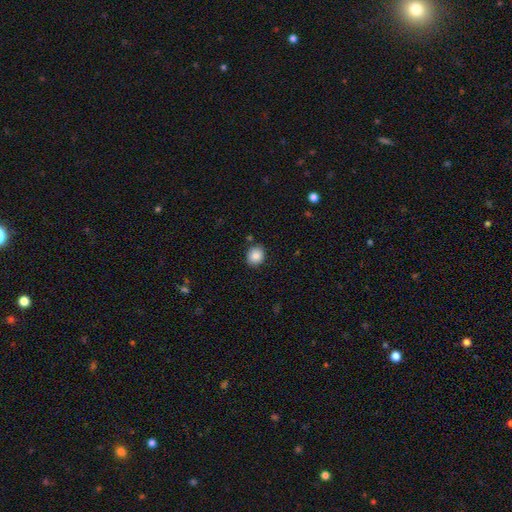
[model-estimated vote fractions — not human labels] Morphology: type=smooth (86%); roundness=round (73%); merging=none (86%).